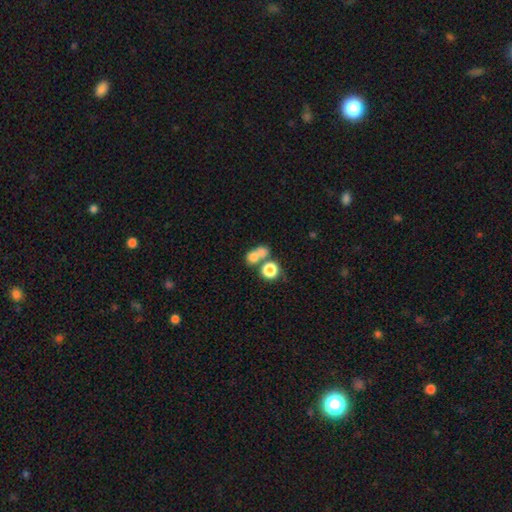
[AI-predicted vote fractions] Morphology: type=smooth (71%); roundness=round (65%); merging=merger (55%).